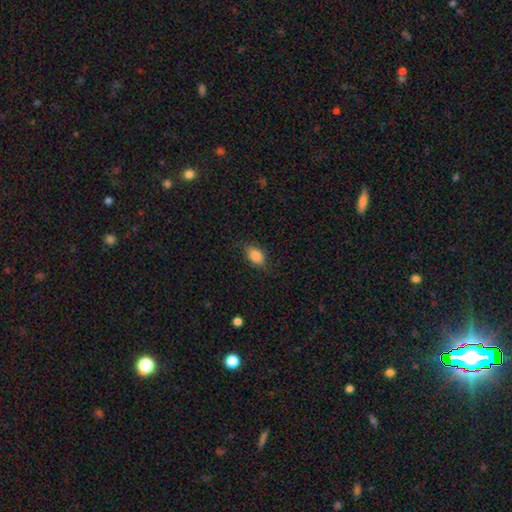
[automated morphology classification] smooth 86%, star or artifact 8%, featured or disk 6%. Down the decision tree: how rounded — in between (85%); merging — none (77%).